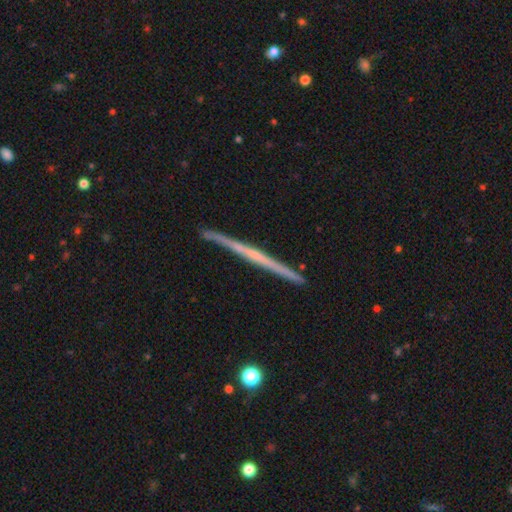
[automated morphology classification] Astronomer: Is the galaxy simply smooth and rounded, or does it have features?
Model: featured or disk — 73%.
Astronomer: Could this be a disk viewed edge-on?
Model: yes — 98%.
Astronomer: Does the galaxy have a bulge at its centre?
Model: none — 72%.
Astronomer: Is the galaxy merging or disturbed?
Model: none — 92%.